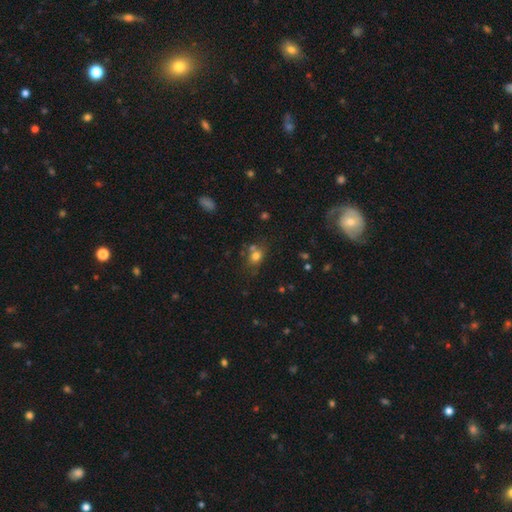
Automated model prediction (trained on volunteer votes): smooth-or-featured: smooth: 74% | star or artifact: 15% | featured or disk: 11%
  how-rounded: in between: 49% (tied) | round: 49% (tied) | cigar-shaped: 2%
  merging: none: 57% | merger: 21% | minor disturbance: 16% | major disturbance: 6%